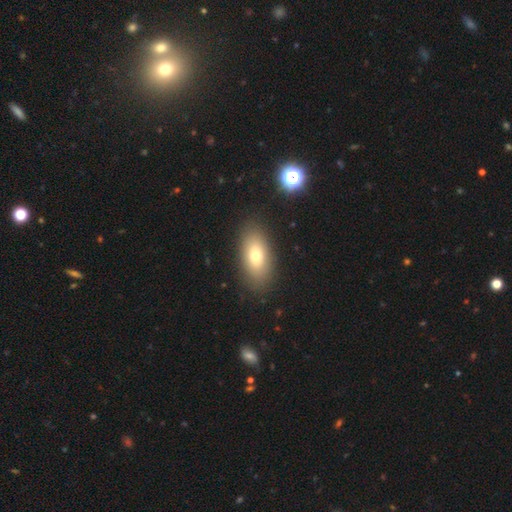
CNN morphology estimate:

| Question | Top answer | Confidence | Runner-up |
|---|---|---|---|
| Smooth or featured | smooth | 72% | featured or disk (18%) |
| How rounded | in between | 87% | cigar-shaped (7%) |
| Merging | none | 87% | minor disturbance (9%) |